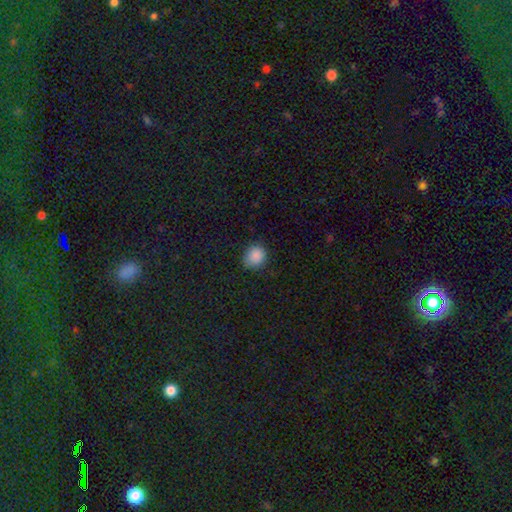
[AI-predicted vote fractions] Smooth or featured: smooth — 87% (star or artifact — 10%)
How rounded: round — 70% (in between — 29%)
Merging: none — 77% (minor disturbance — 18%)